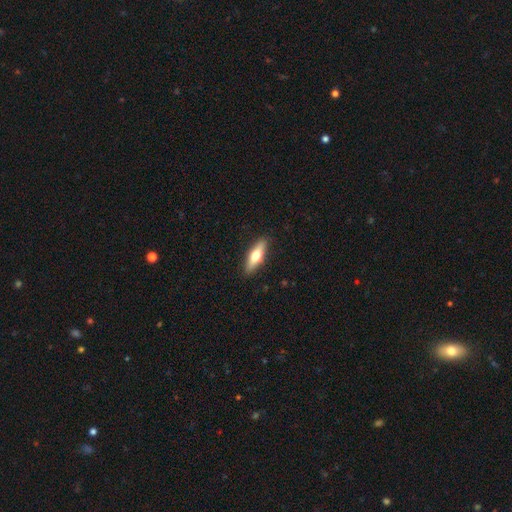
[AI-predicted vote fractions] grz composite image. It shows a smooth galaxy with no disk features (59%) that is cigar-shaped (54%). Merging: none (90%).